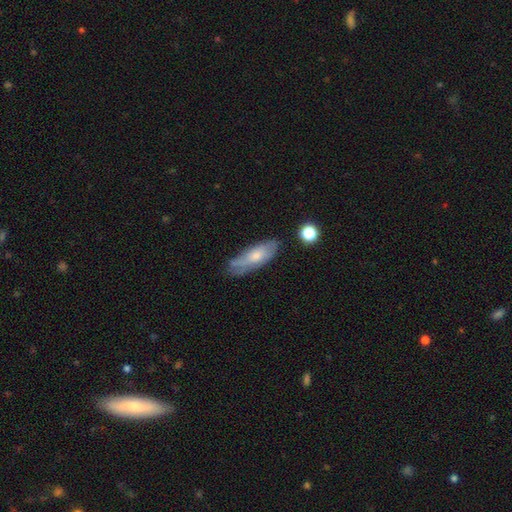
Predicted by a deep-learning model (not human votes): A smooth galaxy with no disk features (49%). Merging: none (60%).